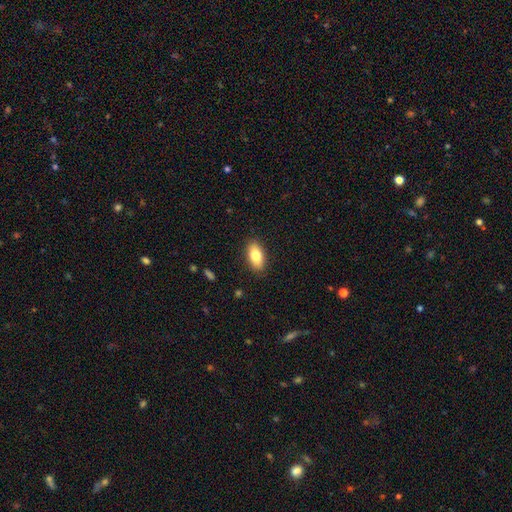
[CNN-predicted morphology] Q: Smooth or featured?
A: smooth (81%); runner-up: featured or disk (12%)
Q: How rounded?
A: in between (89%); runner-up: cigar-shaped (7%)
Q: Merging?
A: none (89%); runner-up: minor disturbance (8%)